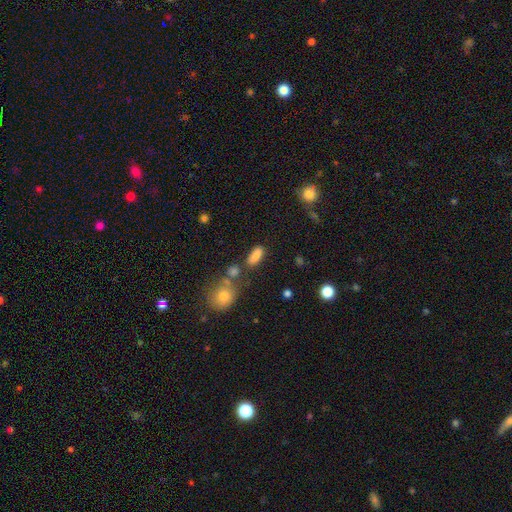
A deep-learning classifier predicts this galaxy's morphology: smooth-or-featured: smooth: 83% | star or artifact: 11% | featured or disk: 7%
  how-rounded: in between: 72% | cigar-shaped: 23% | round: 5%
  merging: none: 65% | minor disturbance: 15% | merger: 14% | major disturbance: 6%